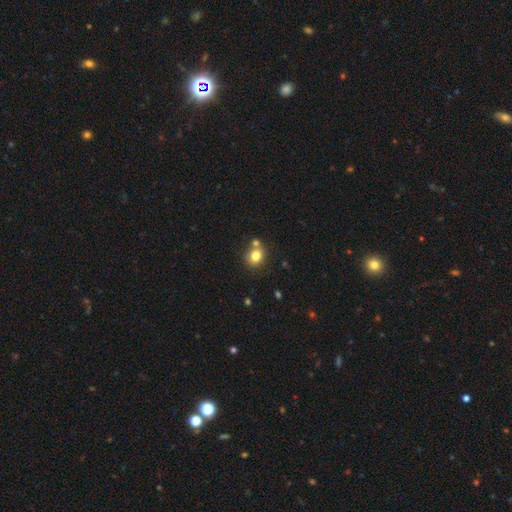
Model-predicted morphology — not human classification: smooth_or_featured: smooth (p=0.79) [alt: star or artifact p=0.11]
how_rounded: round (p=0.71) [alt: in between p=0.29]
merging: none (p=0.62) [alt: merger p=0.23]